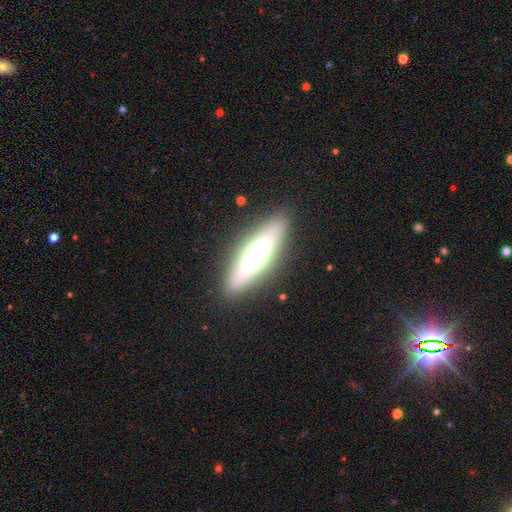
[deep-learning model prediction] The model was most divided on "smooth or featured": featured or disk: 50%, smooth: 41%, star or artifact: 9%. More confident: merging — none (87%).